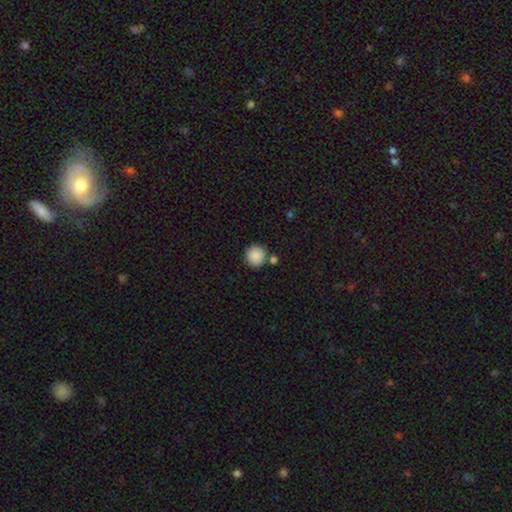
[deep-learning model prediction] This is clearly a smooth galaxy (89%). How rounded: clearly round (94%). Merging: clearly none (80%).